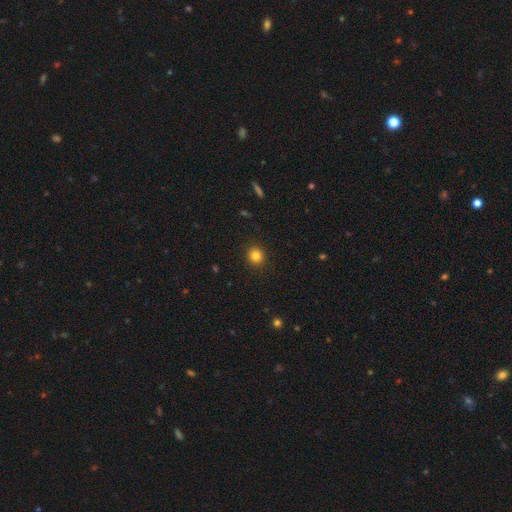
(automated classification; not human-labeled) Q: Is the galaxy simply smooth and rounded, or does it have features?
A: smooth — 83%.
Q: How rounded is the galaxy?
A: round — 91%.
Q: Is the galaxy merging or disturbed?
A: none — 92%.